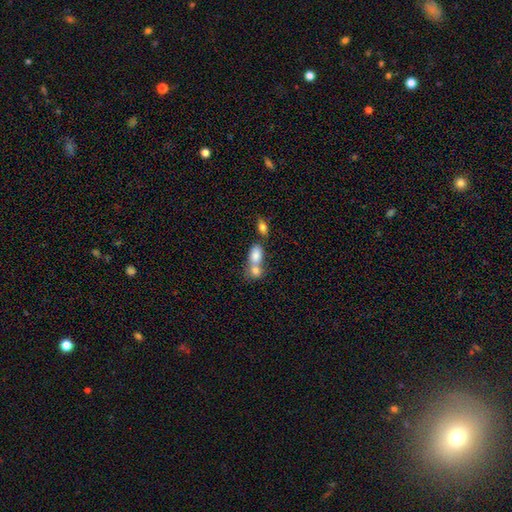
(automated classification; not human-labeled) Overall: smooth (79%). How rounded: in between (74%). Merging: merger (64%; none 25%).